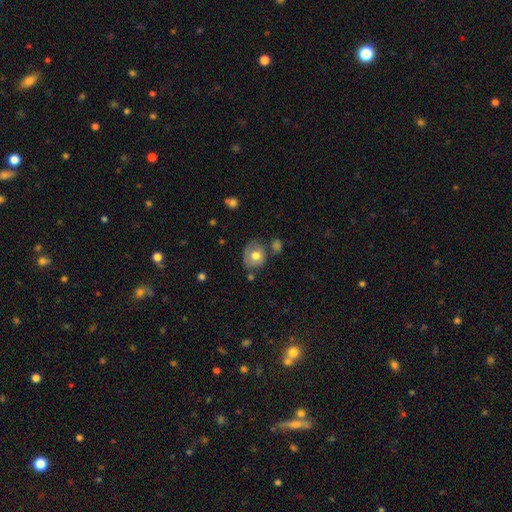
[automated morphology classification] type=smooth (64%); roundness=round (70%); merging=none (56%).